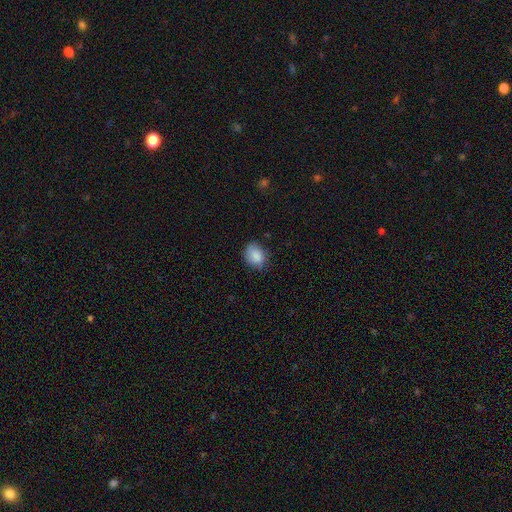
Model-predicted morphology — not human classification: Smooth or featured? smooth (86%)
How rounded? in between (60%)
Merging? none (70%)